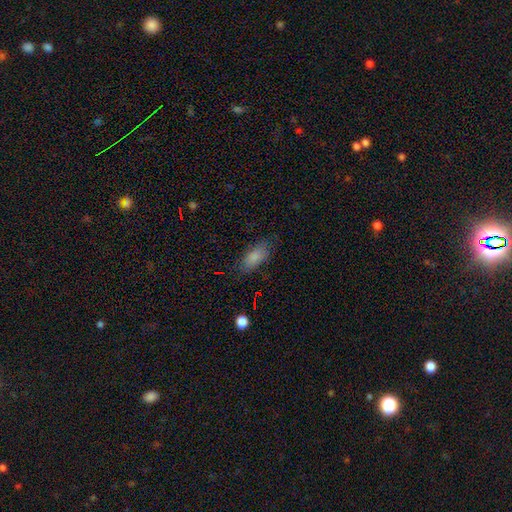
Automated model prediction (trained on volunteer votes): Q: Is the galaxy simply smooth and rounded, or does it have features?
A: smooth — 81%.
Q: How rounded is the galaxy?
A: in between — 79%.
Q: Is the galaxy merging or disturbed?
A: none — 80%.